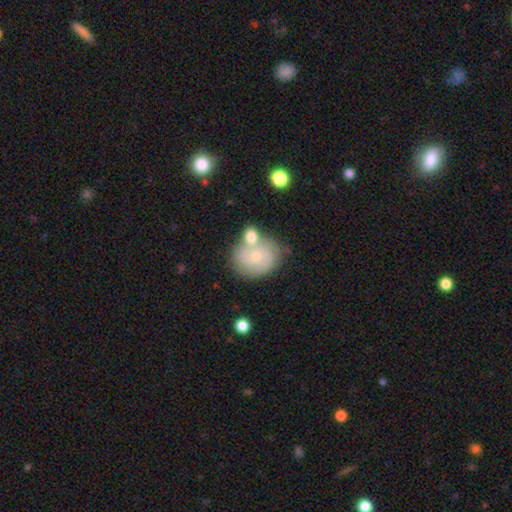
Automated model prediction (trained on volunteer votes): smooth-or-featured: featured or disk: 55% | smooth: 37% | star or artifact: 7%
  disk-edge-on: no: 97% | yes: 3%
    bar: no: 73% | weak: 24% | strong: 3%
    has-spiral-arms: yes: 79% | no: 21%
    bulge-size: small: 66% | moderate: 29% | none: 3% | large: 1% | dominant: 1%
  merging: none: 50% | merger: 28% | minor disturbance: 17% | major disturbance: 6%